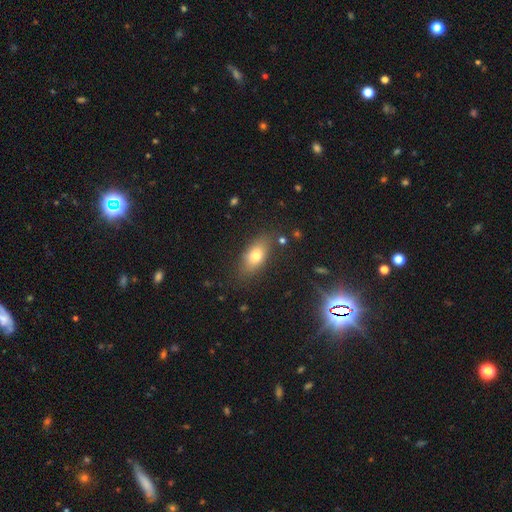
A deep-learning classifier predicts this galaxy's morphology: This is likely a smooth galaxy (74%). How rounded: clearly in between (82%). Merging: likely none (80%).